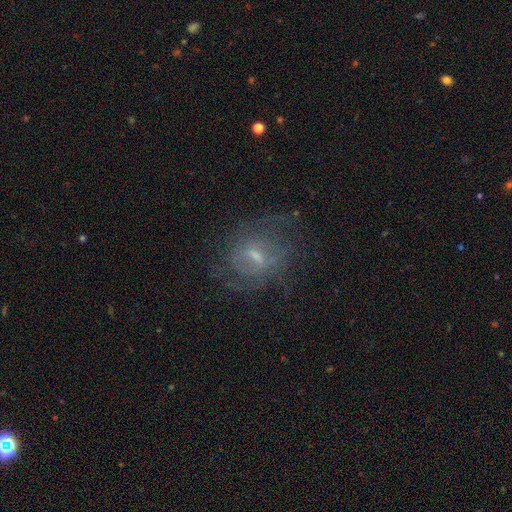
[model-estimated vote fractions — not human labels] smooth-or-featured: featured or disk: 65% | smooth: 20% | star or artifact: 14%
  disk-edge-on: no: 95% | yes: 5%
    bar: weak: 53% | no: 31% | strong: 16%
    has-spiral-arms: yes: 77% | no: 23%
    bulge-size: small: 53% | moderate: 36% | none: 8% | large: 3% | dominant: 1%
  merging: none: 64% | minor disturbance: 19% | major disturbance: 16% | merger: 2%